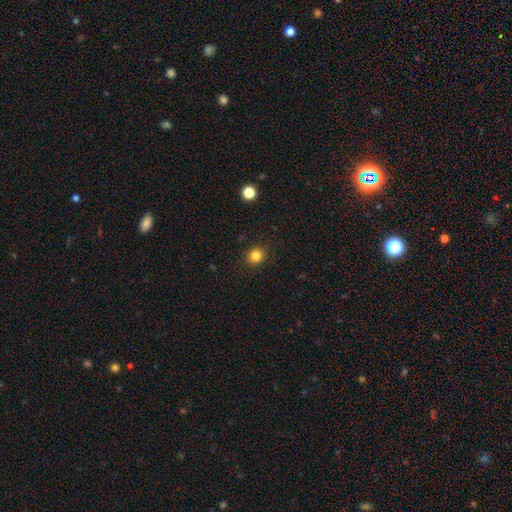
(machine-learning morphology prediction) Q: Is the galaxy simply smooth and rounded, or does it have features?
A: smooth — 84%.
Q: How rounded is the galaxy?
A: round — 79%.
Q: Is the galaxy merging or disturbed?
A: none — 89%.